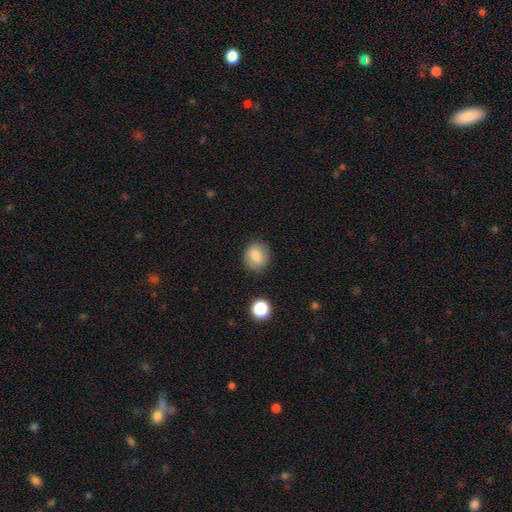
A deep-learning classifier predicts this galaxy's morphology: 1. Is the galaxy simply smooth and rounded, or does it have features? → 77% smooth, 13% featured or disk, 10% star or artifact.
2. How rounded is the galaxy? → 74% round, 25% in between, 1% cigar-shaped.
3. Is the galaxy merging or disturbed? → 84% none, 11% minor disturbance, 3% major disturbance, 2% merger.